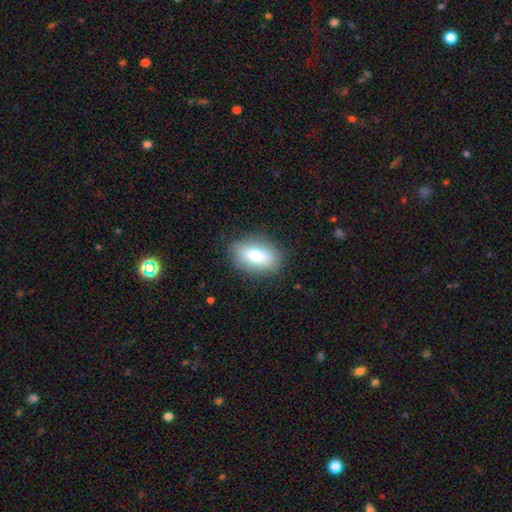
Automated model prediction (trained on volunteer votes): Q: Smooth or featured?
A: smooth (78%); runner-up: featured or disk (15%)
Q: How rounded?
A: in between (90%); runner-up: round (6%)
Q: Merging?
A: none (84%); runner-up: minor disturbance (11%)